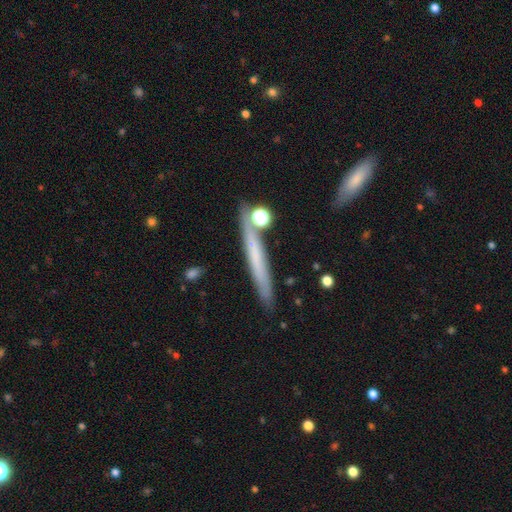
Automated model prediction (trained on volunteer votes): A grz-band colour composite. It shows a smooth galaxy with no disk features (54%) that is cigar-shaped (94%). Merging: none (80%).